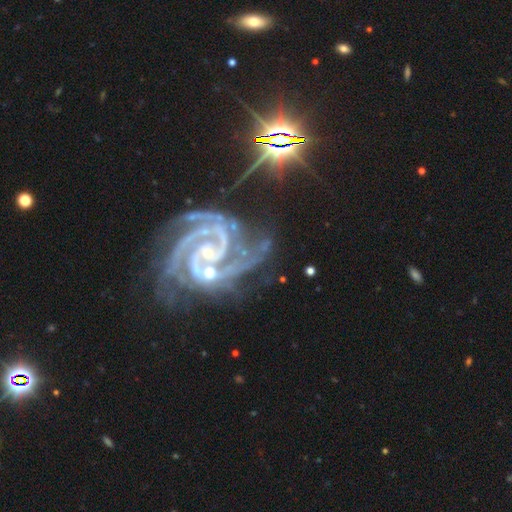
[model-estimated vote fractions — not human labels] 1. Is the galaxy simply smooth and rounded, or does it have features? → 89% featured or disk, 8% star or artifact, 3% smooth.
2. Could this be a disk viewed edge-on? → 98% no, 2% yes.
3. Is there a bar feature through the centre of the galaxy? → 46% no, 30% weak, 24% strong.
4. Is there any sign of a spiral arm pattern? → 99% yes, 1% no.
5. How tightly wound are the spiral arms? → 59% tight, 36% medium, 5% loose.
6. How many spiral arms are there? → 41% 2, 29% 3, 10% 4, 8% can't tell, 6% more than 4, 6% 1.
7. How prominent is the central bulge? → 76% small, 18% moderate, 3% none, 1% large, 1% dominant.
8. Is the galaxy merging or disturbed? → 49% none, 21% minor disturbance, 15% major disturbance, 15% merger.